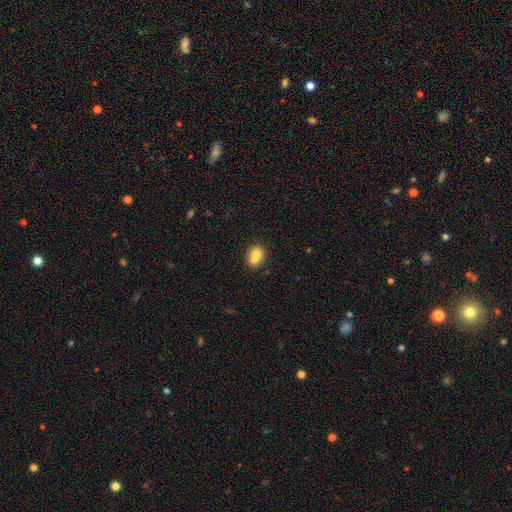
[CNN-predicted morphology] This is likely a smooth galaxy (69%). How rounded: likely round (62%). Merging: likely merger (64%).